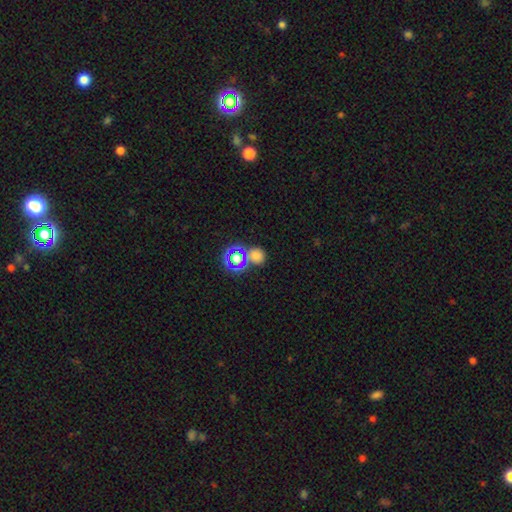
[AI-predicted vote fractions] A smooth galaxy with no disk features (62%) that is round (81%). Merging: none (63%).